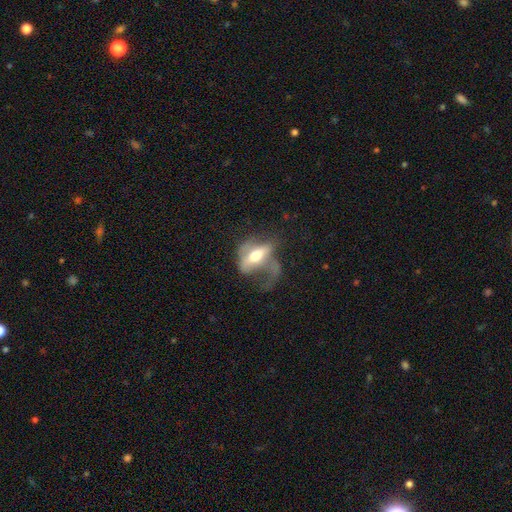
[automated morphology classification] The model was most divided on "smooth or featured": featured or disk: 52%, smooth: 40%, star or artifact: 8%. More confident: edge-on disk — no (75%); merging — major disturbance (59%).